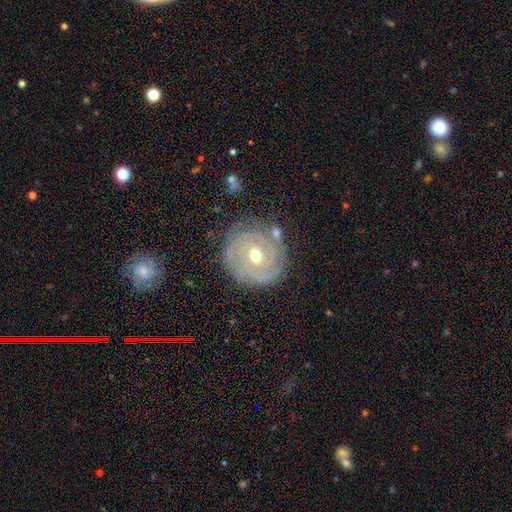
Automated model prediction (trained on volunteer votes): Overall: featured or disk (79%). Edge-on disk: no (97%). Bar: no (48%; weak 40%). Spiral arms: yes (86%). Spiral arm count: can't tell (36%; 2 25%). Spiral winding: tight (80%). Bulge size: moderate (76%). Merging: none (75%).